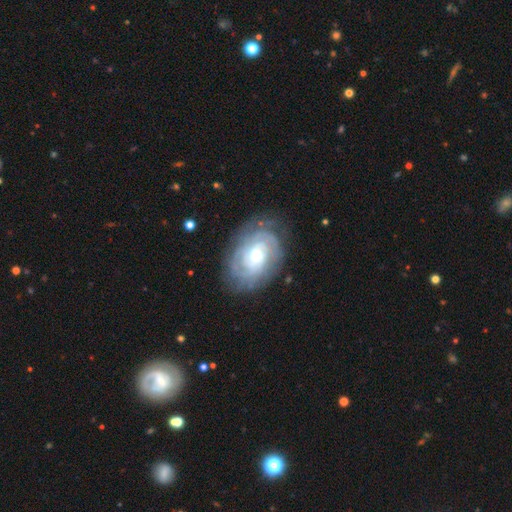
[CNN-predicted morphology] featured or disk 85%, smooth 9%, star or artifact 6%. Down the decision tree: edge-on disk — no (96%); bar — no (69%); spiral arms — yes (96%); spiral arm count — can't tell (37%); spiral winding — tight (79%); bulge size — moderate (54%); merging — none (80%).